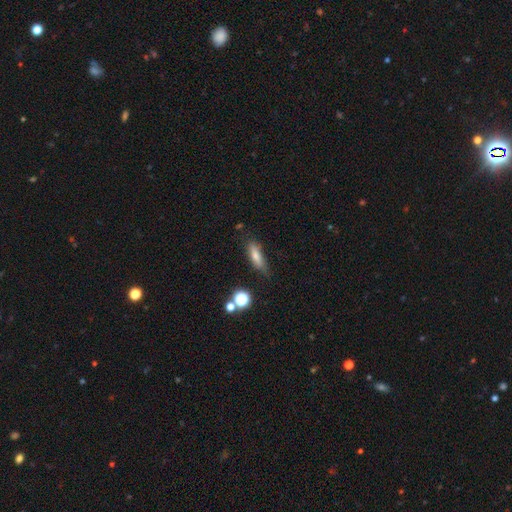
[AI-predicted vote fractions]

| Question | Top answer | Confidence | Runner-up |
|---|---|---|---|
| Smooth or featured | smooth | 66% | featured or disk (23%) |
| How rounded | cigar-shaped | 61% | in between (36%) |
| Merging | none | 69% | minor disturbance (22%) |